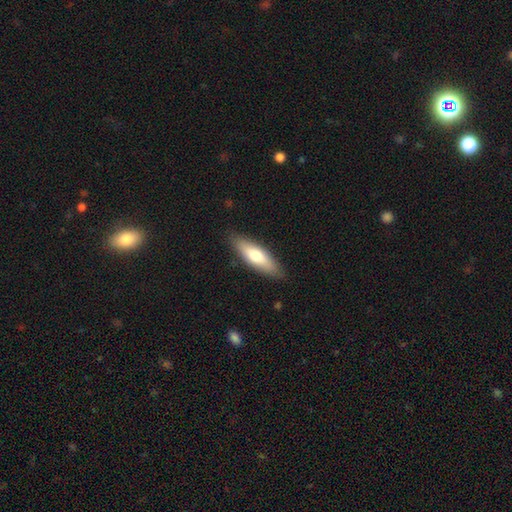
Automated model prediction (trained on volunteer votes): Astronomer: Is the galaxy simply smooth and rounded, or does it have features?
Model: smooth — 67%.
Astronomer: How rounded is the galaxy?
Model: cigar-shaped — 49%, tied with in between at 49%.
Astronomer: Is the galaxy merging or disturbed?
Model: none — 86%.